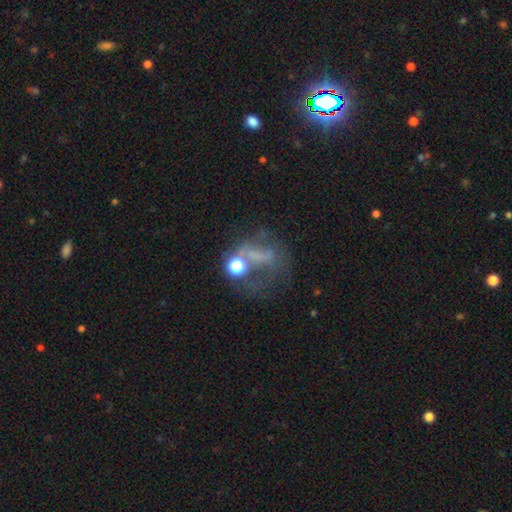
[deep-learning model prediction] This appears to be a featured or disk galaxy (37%). Merging: major disturbance (38%).